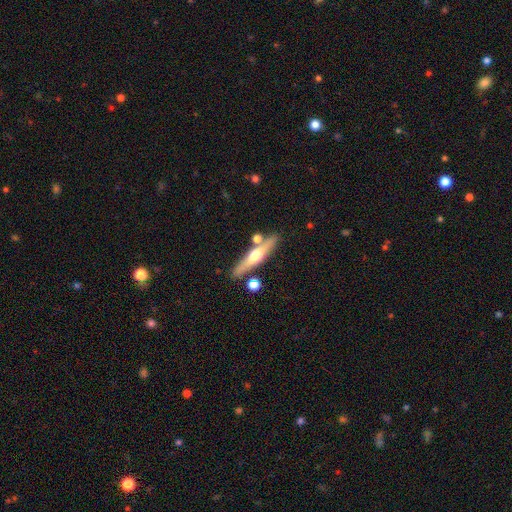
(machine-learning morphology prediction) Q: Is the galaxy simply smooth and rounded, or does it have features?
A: featured or disk — 59%.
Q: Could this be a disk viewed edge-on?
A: yes — 93%.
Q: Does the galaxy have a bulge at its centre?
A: rounded — 92%.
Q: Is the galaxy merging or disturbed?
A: none — 80%.